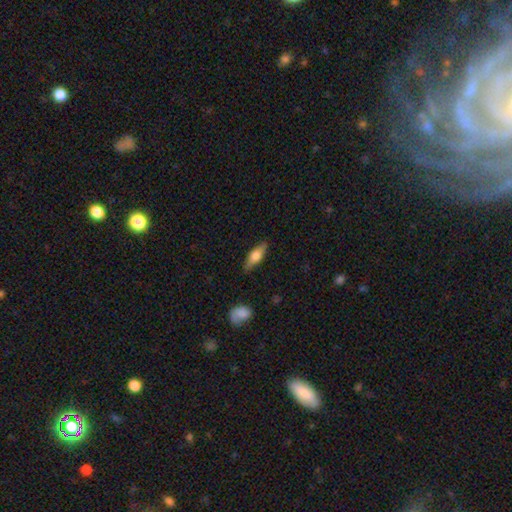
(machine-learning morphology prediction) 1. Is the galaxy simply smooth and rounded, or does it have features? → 47% featured or disk, 46% smooth, 6% star or artifact.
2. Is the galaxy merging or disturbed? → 84% none, 12% minor disturbance, 3% major disturbance, 2% merger.